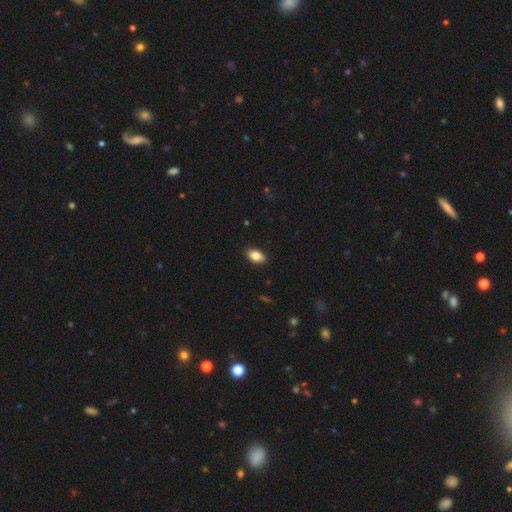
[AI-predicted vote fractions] The model was most divided on "smooth or featured": smooth: 85%, star or artifact: 8%, featured or disk: 7%. More confident: how rounded — in between (89%); merging — none (89%).